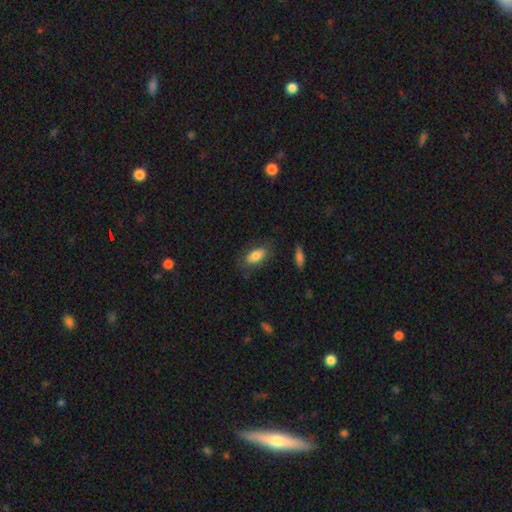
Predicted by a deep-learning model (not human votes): smooth_or_featured: smooth (p=0.80) [alt: featured or disk p=0.13]
how_rounded: in between (p=0.88) [alt: cigar-shaped p=0.09]
merging: none (p=0.75) [alt: minor disturbance p=0.17]